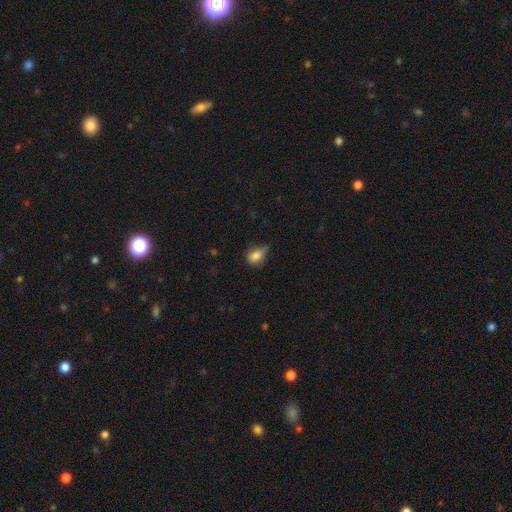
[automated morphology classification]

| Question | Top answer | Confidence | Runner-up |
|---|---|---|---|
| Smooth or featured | smooth | 82% | star or artifact (10%) |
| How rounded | in between | 72% | round (25%) |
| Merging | minor disturbance | 43% | none (42%) |